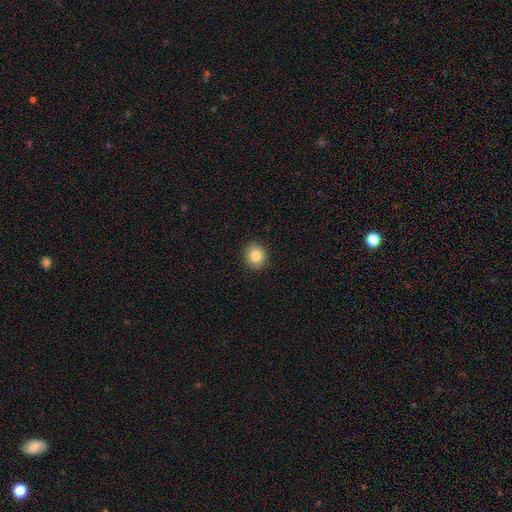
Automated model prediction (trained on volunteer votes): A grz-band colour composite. It shows a smooth galaxy with no disk features (84%) that is round (80%). Merging: none (91%).